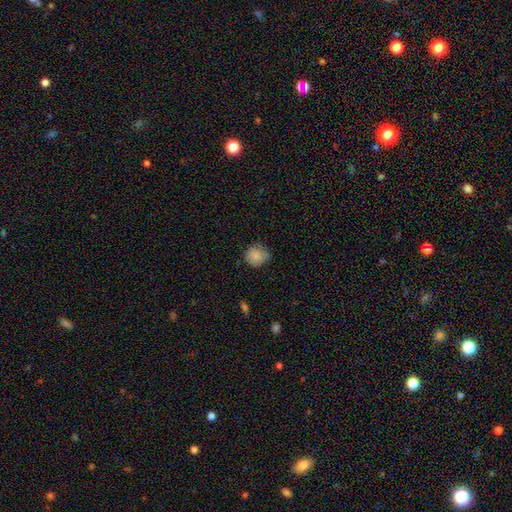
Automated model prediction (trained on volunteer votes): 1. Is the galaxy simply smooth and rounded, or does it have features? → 84% smooth, 8% star or artifact, 7% featured or disk.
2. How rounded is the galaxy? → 87% round, 12% in between, 1% cigar-shaped.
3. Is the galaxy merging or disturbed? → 69% none, 24% minor disturbance, 4% major disturbance, 3% merger.